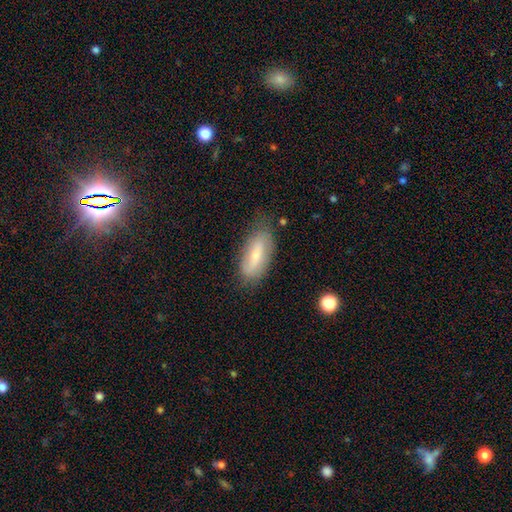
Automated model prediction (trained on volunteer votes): Smooth or featured?
  - smooth: 55% *
  - featured or disk: 38%
  - star or artifact: 7%
How rounded?
  - in between: 81% *
  - cigar-shaped: 16%
  - round: 3%
Merging?
  - none: 73% *
  - minor disturbance: 20%
  - major disturbance: 5%
  - merger: 2%